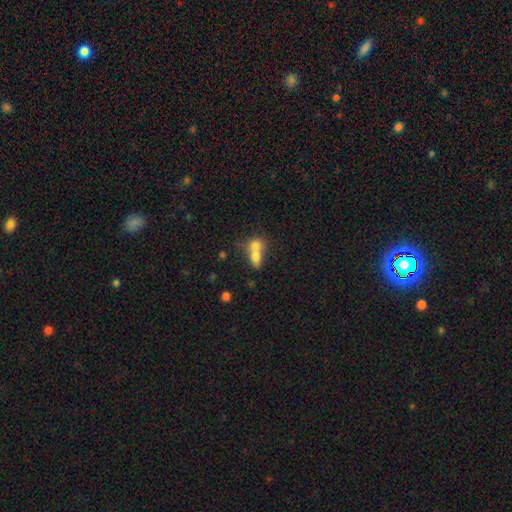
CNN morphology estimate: type=smooth (72%); roundness=in between (63%); merging=merger (72%).